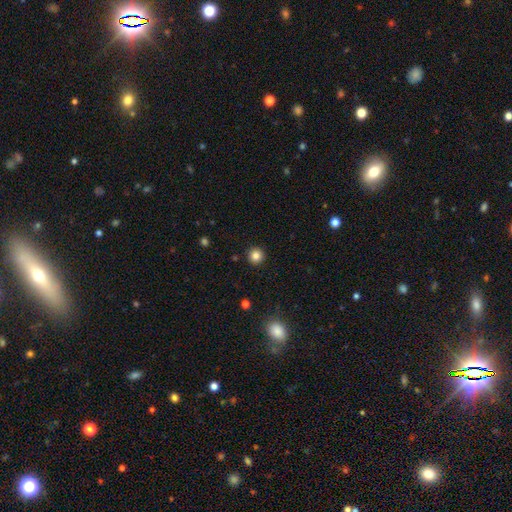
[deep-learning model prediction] Smooth or featured? smooth (84%)
How rounded? round (96%)
Merging? none (93%)